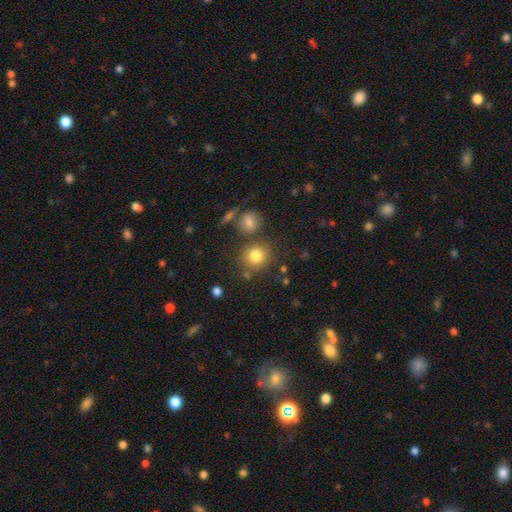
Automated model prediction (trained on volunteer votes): Q: Smooth or featured?
A: smooth (81%); runner-up: star or artifact (12%)
Q: How rounded?
A: round (85%); runner-up: in between (14%)
Q: Merging?
A: none (74%); runner-up: merger (12%)